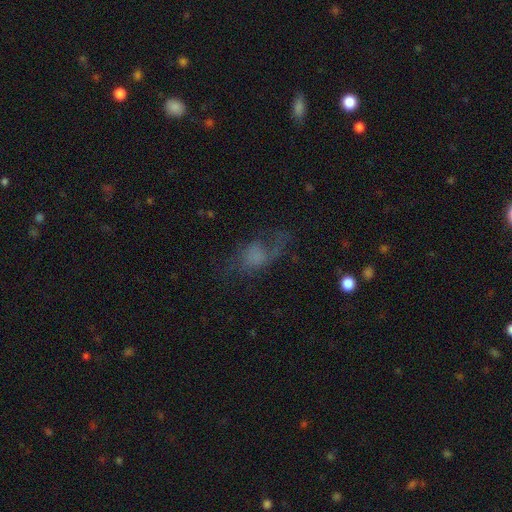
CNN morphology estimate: Smooth or featured? Predicted: smooth (p=0.43). Merging? Predicted: none (p=0.42).